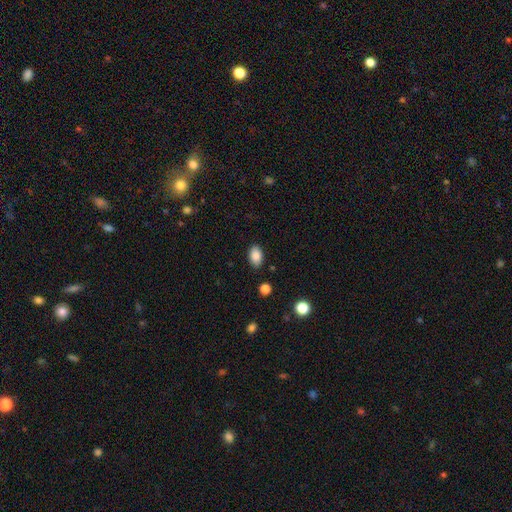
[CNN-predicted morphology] smooth 87%, star or artifact 8%, featured or disk 5%. Down the decision tree: how rounded — in between (89%); merging — none (86%).